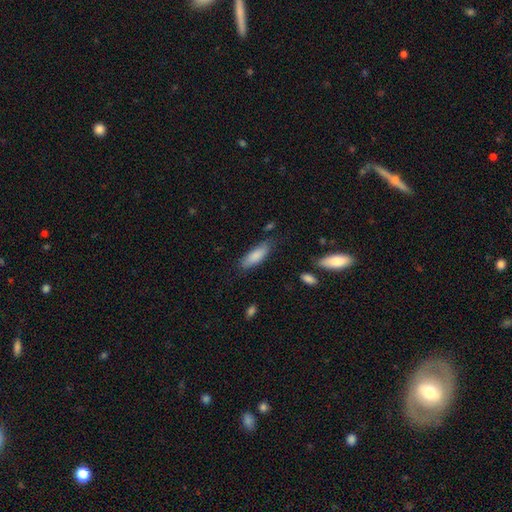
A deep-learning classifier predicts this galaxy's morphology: type=smooth (85%); roundness=in between (60%); merging=none (72%).